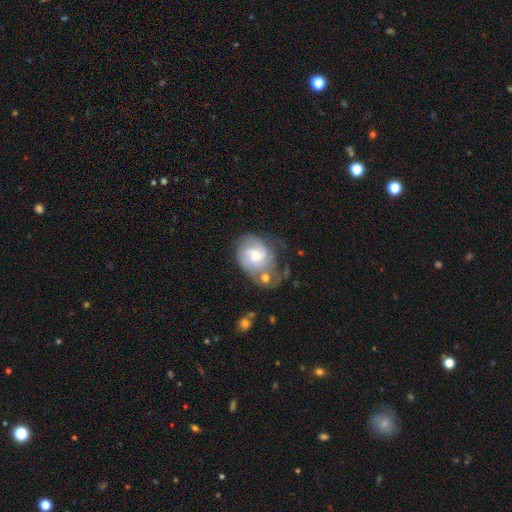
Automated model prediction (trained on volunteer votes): The model was most divided on "bar": no: 51%, weak: 42%, strong: 7%. Remaining: edge-on disk — no (97%); spiral arms — yes (90%); smooth or featured — featured or disk (71%); bulge size — moderate (51%); spiral winding — tight (49%); spiral arm count — 2 (41%); merging — none (35%).